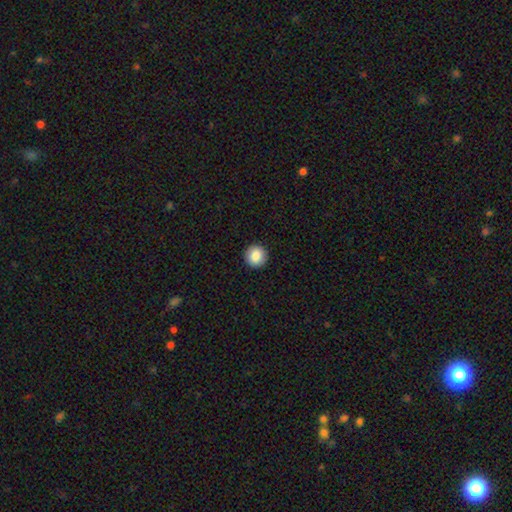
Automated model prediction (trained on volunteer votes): Morphology: type=smooth (87%); roundness=round (95%); merging=none (93%).